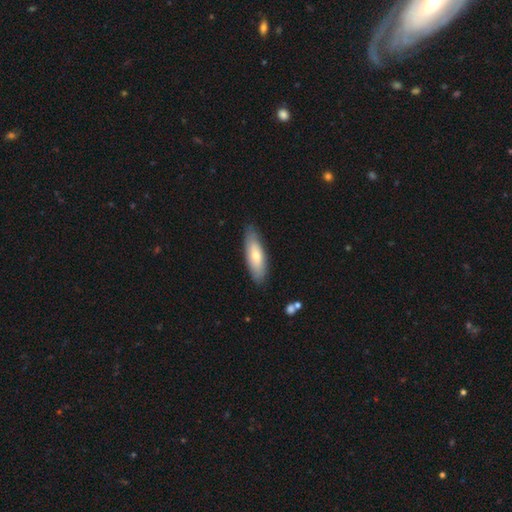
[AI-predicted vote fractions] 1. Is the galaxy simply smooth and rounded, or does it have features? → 62% smooth, 32% featured or disk, 5% star or artifact.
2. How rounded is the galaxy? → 57% in between, 41% cigar-shaped, 2% round.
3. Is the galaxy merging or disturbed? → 81% none, 15% minor disturbance, 3% major disturbance, 1% merger.